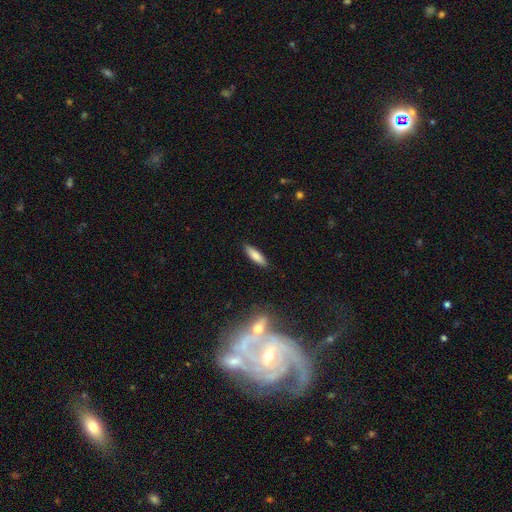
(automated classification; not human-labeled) Smooth or featured? smooth (82%)
How rounded? cigar-shaped (60%)
Merging? none (88%)